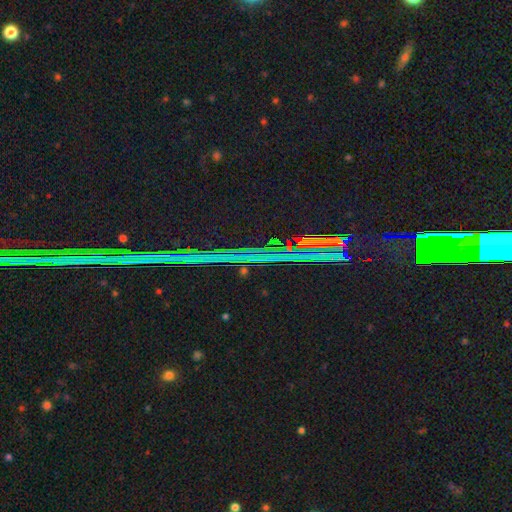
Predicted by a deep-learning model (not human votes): This is clearly a star or artifact rather than a galaxy (88%).